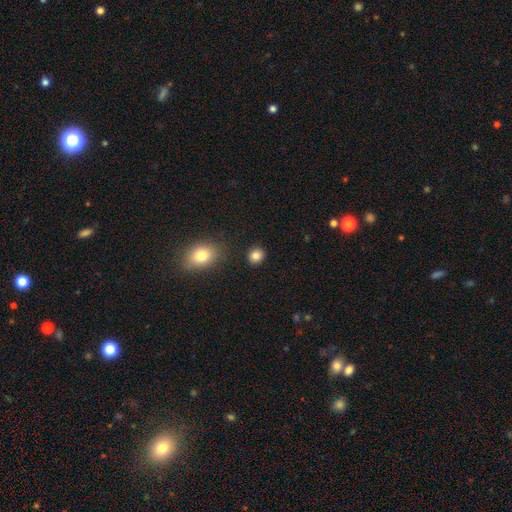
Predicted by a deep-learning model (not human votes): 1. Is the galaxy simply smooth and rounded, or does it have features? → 84% smooth, 10% star or artifact, 5% featured or disk.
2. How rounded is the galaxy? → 76% round, 23% in between, 1% cigar-shaped.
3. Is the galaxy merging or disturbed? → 88% none, 7% minor disturbance, 3% merger, 2% major disturbance.